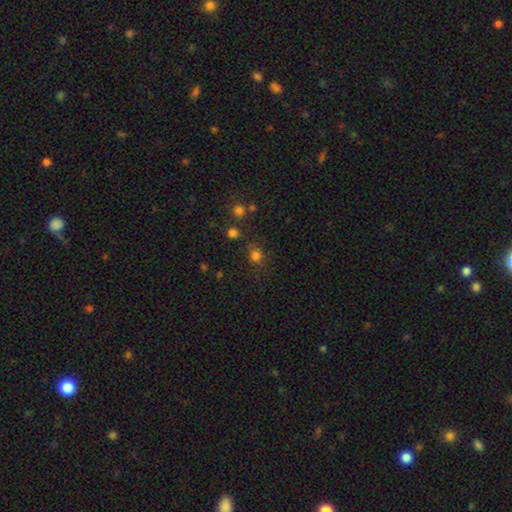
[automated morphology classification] A smooth galaxy with no disk features (74%) that is round (80%).

Vote fractions:
- Smooth or featured? smooth: 74% / star or artifact: 20% / featured or disk: 6%
- How rounded? round: 80% / in between: 18% / cigar-shaped: 1%
- Merging? none: 70% / minor disturbance: 15% / merger: 7% / major disturbance: 7%